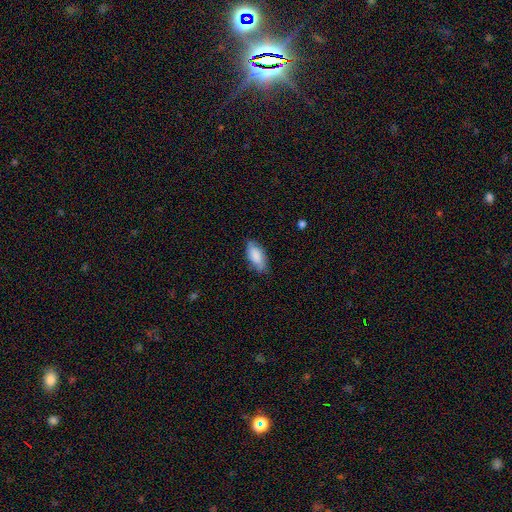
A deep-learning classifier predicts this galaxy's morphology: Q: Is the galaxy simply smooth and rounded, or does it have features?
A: smooth — 82%.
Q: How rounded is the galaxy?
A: in between — 90%.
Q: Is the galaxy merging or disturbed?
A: none — 73%.